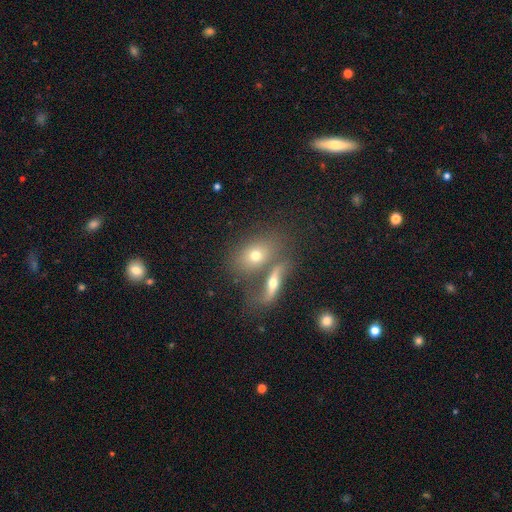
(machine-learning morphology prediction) Smooth or featured? smooth (62%)
How rounded? in between (68%)
Merging? none (47%)